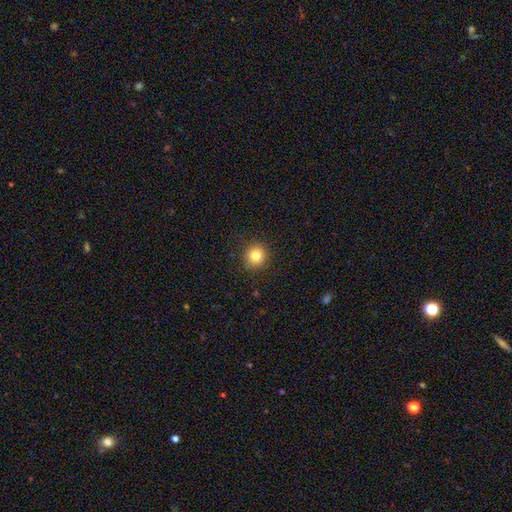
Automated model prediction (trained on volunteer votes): Overall: smooth (81%). How rounded: round (92%). Merging: none (90%).